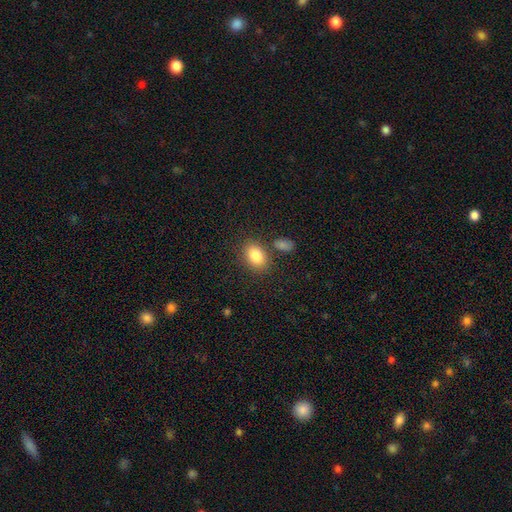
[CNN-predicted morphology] Smooth or featured? Predicted: smooth (p=0.84). How rounded? Predicted: in between (p=0.79). Merging? Predicted: none (p=0.77).